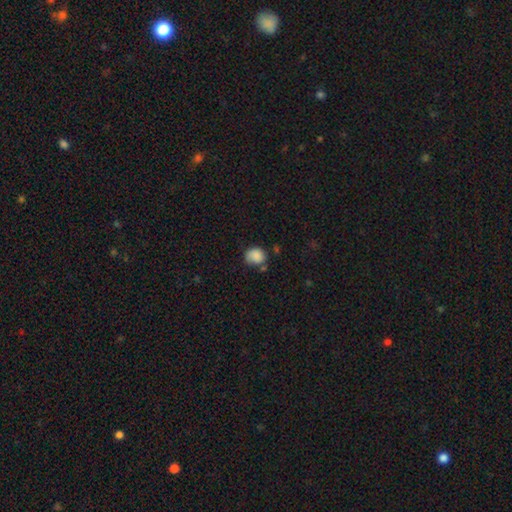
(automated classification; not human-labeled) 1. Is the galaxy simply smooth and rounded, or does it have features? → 84% smooth, 9% star or artifact, 7% featured or disk.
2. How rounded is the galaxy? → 69% round, 30% in between, 1% cigar-shaped.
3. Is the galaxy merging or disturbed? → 54% none, 28% minor disturbance, 9% merger, 9% major disturbance.